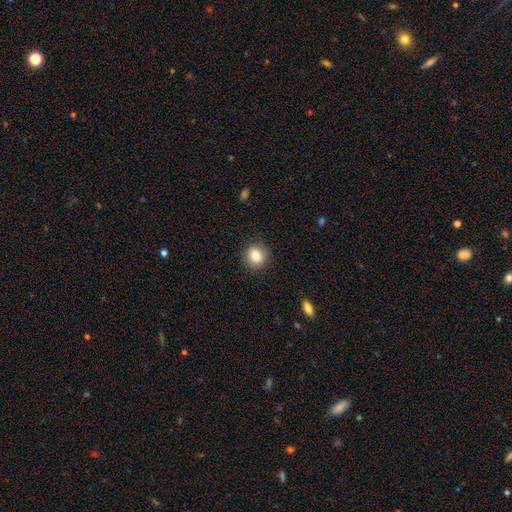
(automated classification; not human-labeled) Smooth or featured? Predicted: smooth (p=0.82). How rounded? Predicted: round (p=0.82). Merging? Predicted: none (p=0.89).